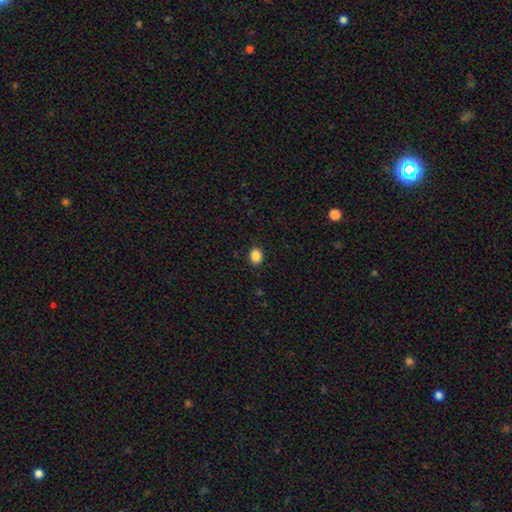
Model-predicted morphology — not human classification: Smooth or featured? smooth (88%)
How rounded? round (54%)
Merging? none (90%)